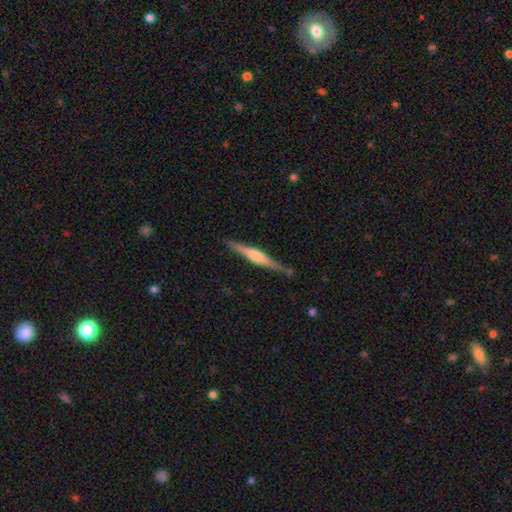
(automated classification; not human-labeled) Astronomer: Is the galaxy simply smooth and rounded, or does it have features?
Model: featured or disk — 70%.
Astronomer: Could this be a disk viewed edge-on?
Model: yes — 98%.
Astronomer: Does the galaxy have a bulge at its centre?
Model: rounded — 63%.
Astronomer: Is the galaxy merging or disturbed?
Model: none — 83%.